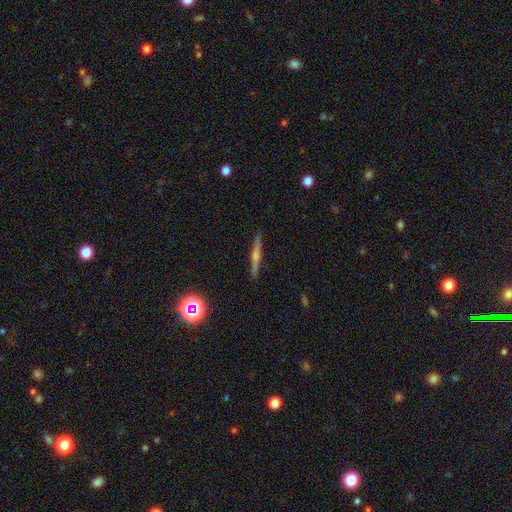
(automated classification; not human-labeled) This is likely a featured or disk galaxy (65%). It is clearly viewed edge-on (97%). Edge-on bulge: clearly rounded (82%). Merging: clearly none (91%).